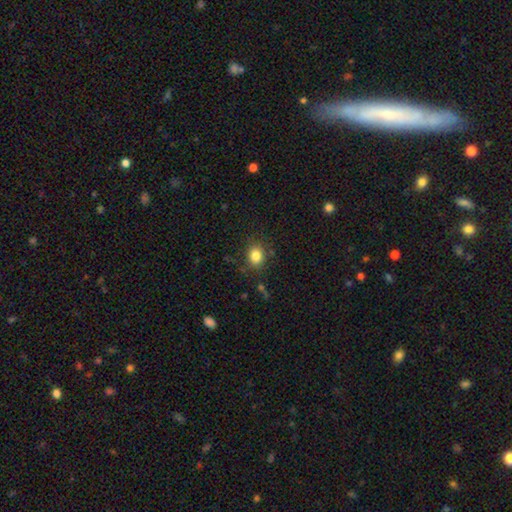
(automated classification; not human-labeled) The model was most divided on "how rounded": round: 55%, in between: 44%, cigar-shaped: 1%. More confident: smooth or featured — smooth (84%); merging — none (84%).